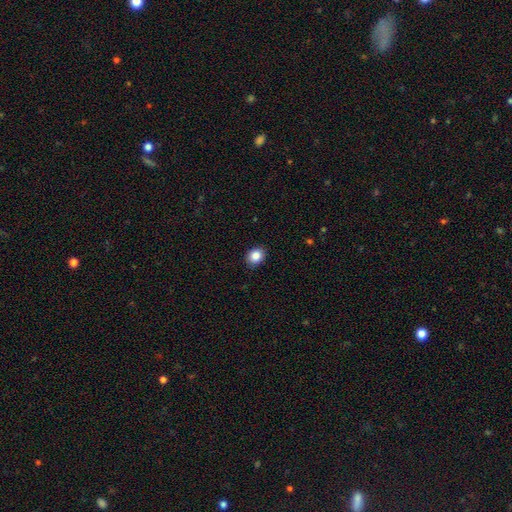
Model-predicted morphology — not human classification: Smooth or featured? Predicted: smooth (p=0.85). How rounded? Predicted: in between (p=0.51). Merging? Predicted: none (p=0.89).